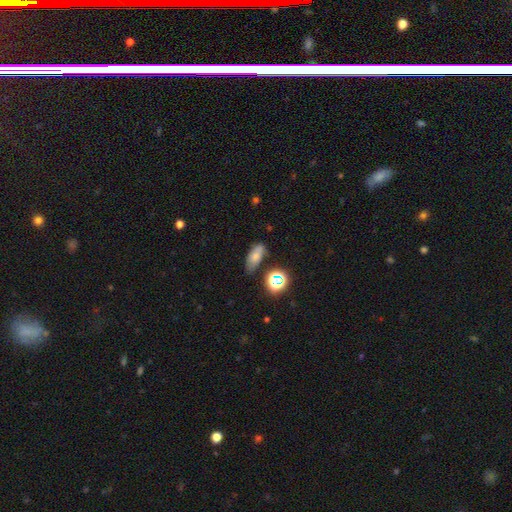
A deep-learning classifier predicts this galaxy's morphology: Smooth or featured? Predicted: smooth (p=0.67). How rounded? Predicted: in between (p=0.79). Merging? Predicted: none (p=0.62).